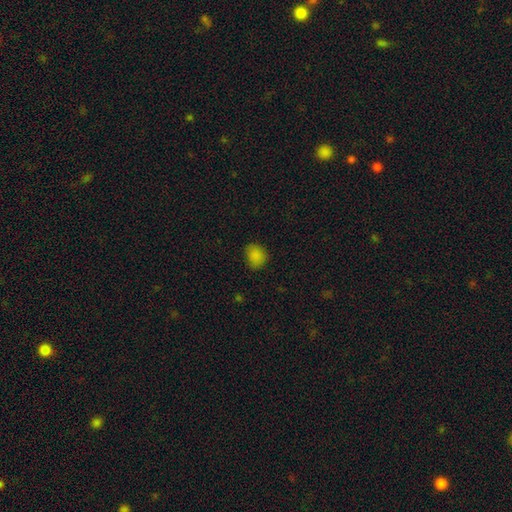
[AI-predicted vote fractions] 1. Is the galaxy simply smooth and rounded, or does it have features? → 83% smooth, 13% star or artifact, 4% featured or disk.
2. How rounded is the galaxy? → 63% round, 36% in between, 1% cigar-shaped.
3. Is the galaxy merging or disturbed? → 79% none, 16% minor disturbance, 3% major disturbance, 1% merger.